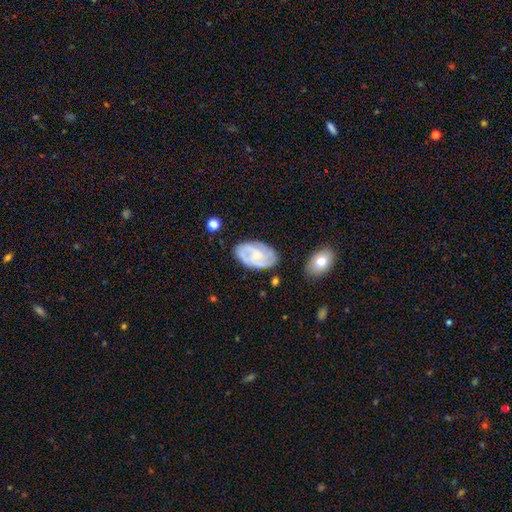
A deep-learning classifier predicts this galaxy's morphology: smooth_or_featured: featured or disk (p=0.73) [alt: smooth p=0.22]
disk_edge_on: no (p=0.96) [alt: yes p=0.04]
bar: no (p=0.66) [alt: weak p=0.29]
has_spiral_arms: yes (p=0.90) [alt: no p=0.10]
spiral_winding: tight (p=0.51) [alt: medium p=0.38]
spiral_arm_count: can't tell (p=0.30) [alt: 3 p=0.29]
bulge_size: small (p=0.65) [alt: moderate p=0.25]
merging: none (p=0.75) [alt: minor disturbance p=0.18]